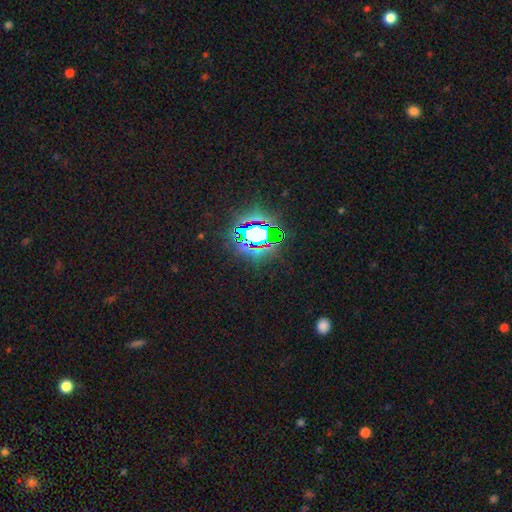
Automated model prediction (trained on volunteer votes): A star or artifact, not a galaxy (83%).